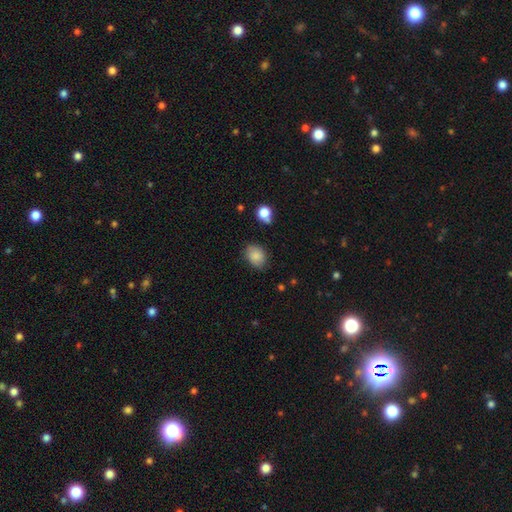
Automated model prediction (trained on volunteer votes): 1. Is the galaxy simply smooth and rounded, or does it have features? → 85% smooth, 9% star or artifact, 6% featured or disk.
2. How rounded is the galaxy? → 61% in between, 38% round, 1% cigar-shaped.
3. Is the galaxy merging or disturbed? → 77% none, 17% minor disturbance, 4% major disturbance, 2% merger.